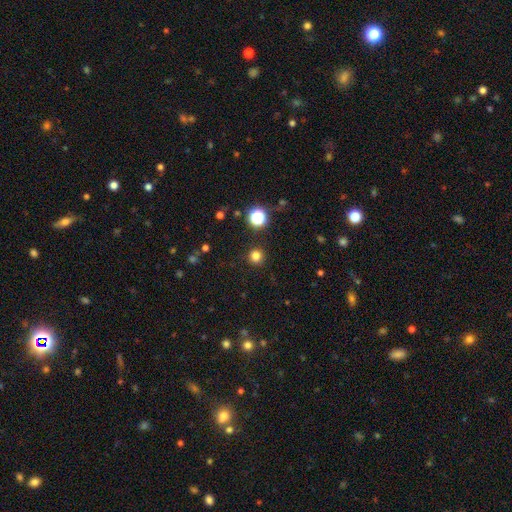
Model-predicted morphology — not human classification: smooth_or_featured: smooth (p=0.79) [alt: star or artifact p=0.16]
how_rounded: round (p=0.95) [alt: in between p=0.04]
merging: none (p=0.91) [alt: minor disturbance p=0.05]